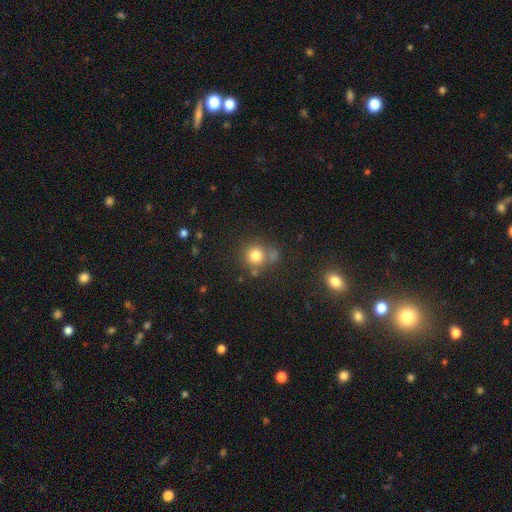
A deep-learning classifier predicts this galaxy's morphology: The model was most divided on "merging": none: 66%, merger: 16%, minor disturbance: 12%, major disturbance: 5%. More confident: how rounded — round (90%); smooth or featured — smooth (78%).